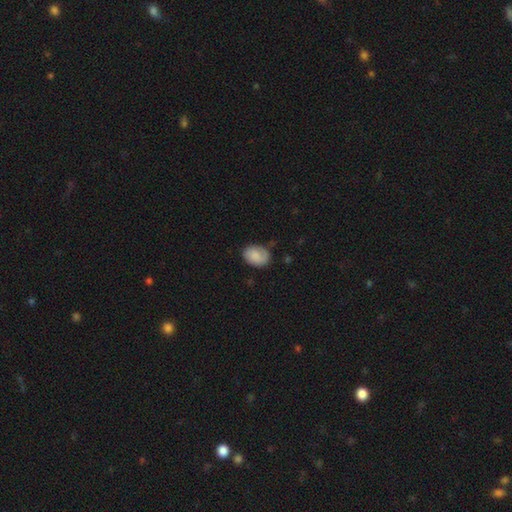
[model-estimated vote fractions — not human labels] smooth_or_featured: smooth (p=0.67) [alt: featured or disk p=0.26]
how_rounded: in between (p=0.66) [alt: round p=0.33]
merging: none (p=0.67) [alt: minor disturbance p=0.23]